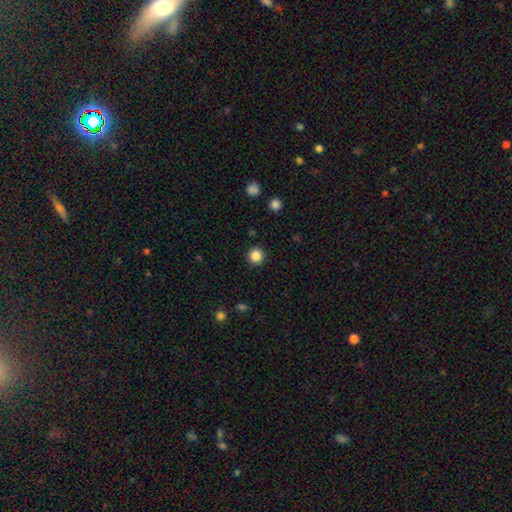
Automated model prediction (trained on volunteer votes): Morphology: type=smooth (85%); roundness=round (94%); merging=none (92%).